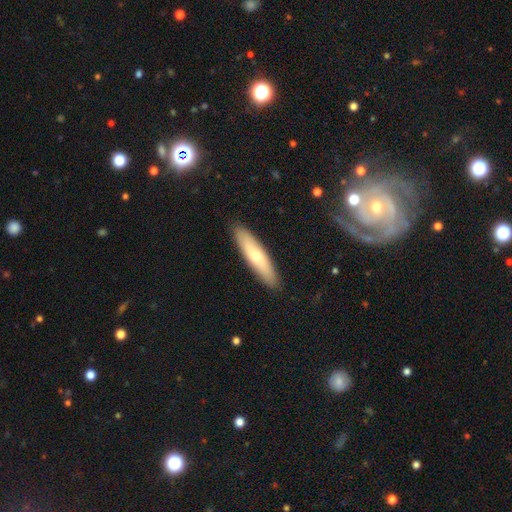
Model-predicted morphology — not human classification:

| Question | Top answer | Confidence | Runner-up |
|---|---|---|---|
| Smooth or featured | smooth | 59% | featured or disk (35%) |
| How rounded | cigar-shaped | 78% | in between (20%) |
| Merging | none | 90% | minor disturbance (8%) |